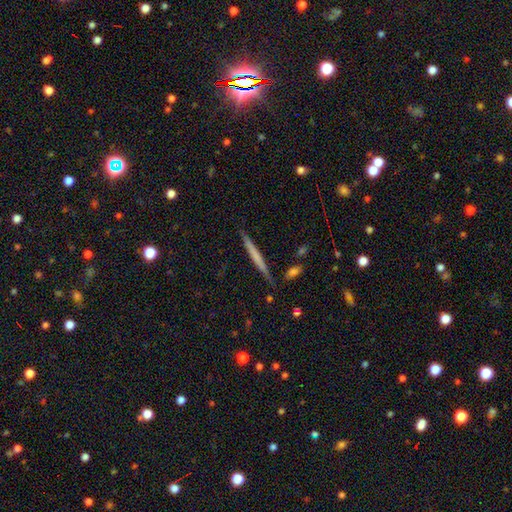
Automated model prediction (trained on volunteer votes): This is possibly a smooth galaxy (50%). How rounded: clearly cigar-shaped (96%). Merging: clearly none (88%).